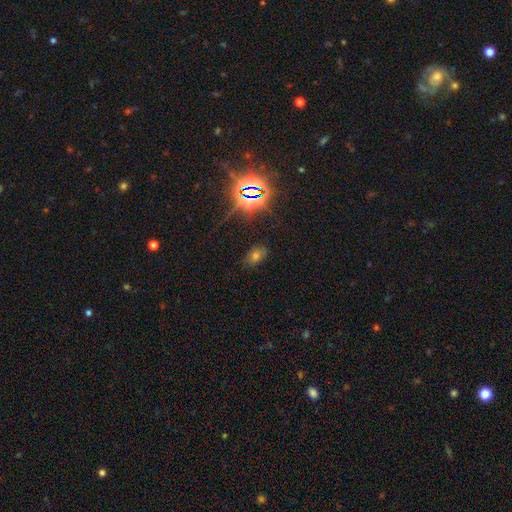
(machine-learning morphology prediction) smooth_or_featured: star or artifact (p=0.48) [alt: smooth p=0.39]